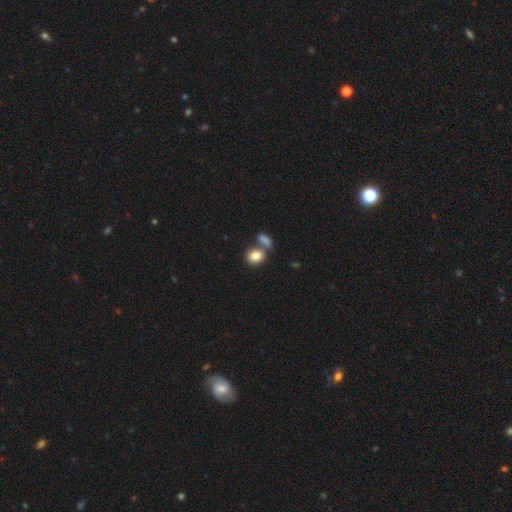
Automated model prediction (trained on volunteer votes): Smooth or featured? smooth (84%)
How rounded? in between (60%)
Merging? none (46%)